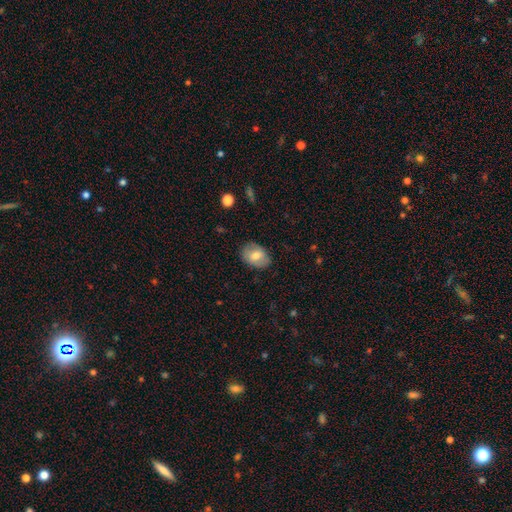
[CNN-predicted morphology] type=smooth (70%); roundness=in between (79%); merging=none (81%).